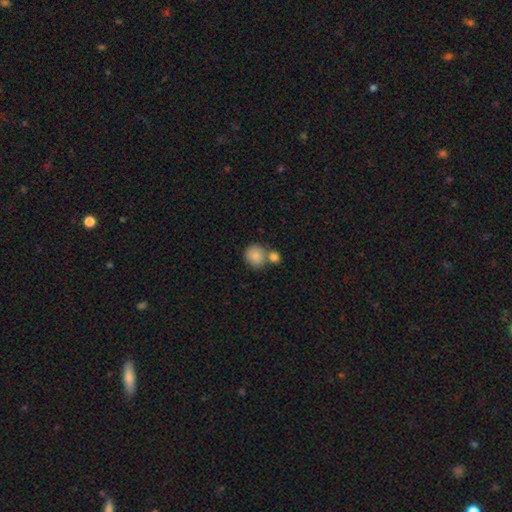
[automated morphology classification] This is clearly a smooth galaxy (86%). How rounded: likely round (78%). Merging: marginally none (45%).